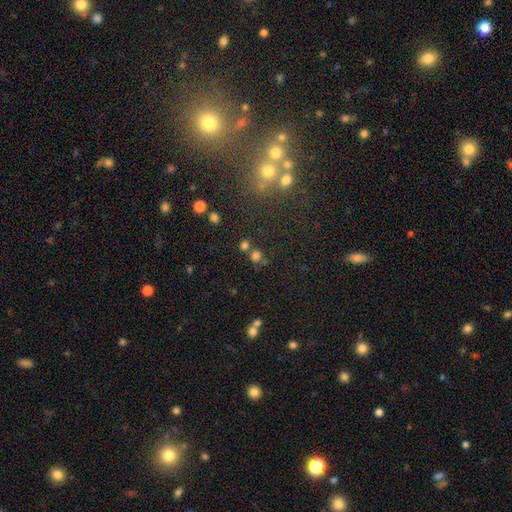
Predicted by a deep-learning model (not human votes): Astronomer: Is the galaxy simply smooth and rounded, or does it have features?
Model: smooth — 70%.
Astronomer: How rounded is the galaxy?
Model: round — 86%.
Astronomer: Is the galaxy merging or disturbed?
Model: none — 61%.